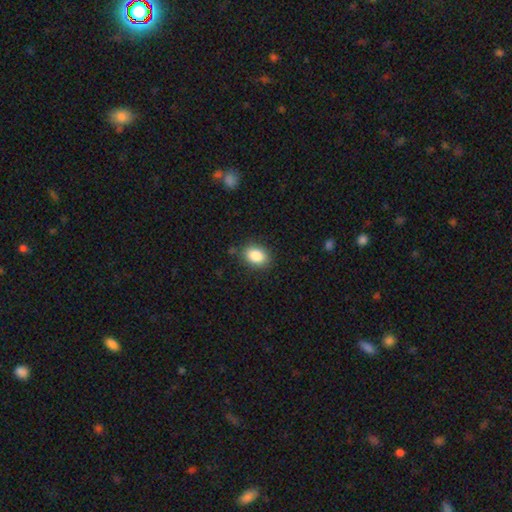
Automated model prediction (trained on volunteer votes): Morphology: type=smooth (86%); roundness=in between (73%); merging=none (84%).